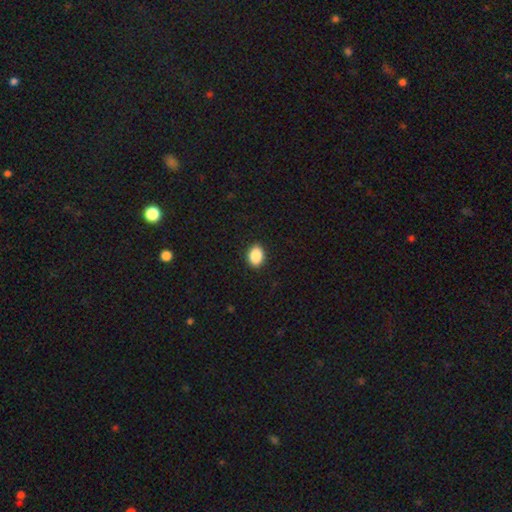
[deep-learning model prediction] A smooth galaxy with no disk features (89%) that is in between round and cigar-shaped (72%).

Vote fractions:
- Smooth or featured? smooth: 89% / star or artifact: 8% / featured or disk: 3%
- How rounded? in between: 72% / round: 27% / cigar-shaped: 1%
- Merging? none: 90% / minor disturbance: 7% / major disturbance: 2% / merger: 1%